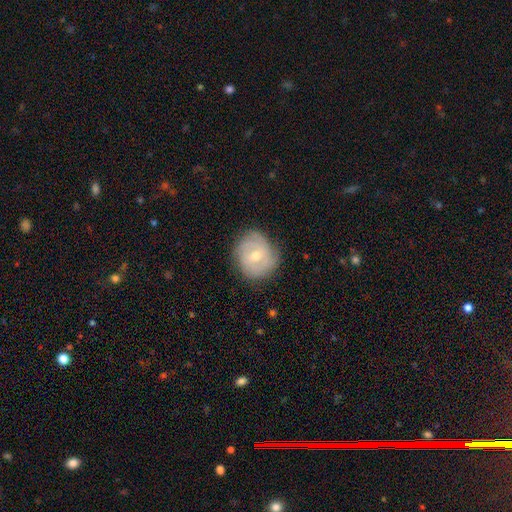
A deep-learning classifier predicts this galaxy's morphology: Smooth or featured?
  - featured or disk: 59% *
  - smooth: 34%
  - star or artifact: 7%
Edge-on disk?
  - no: 97% *
  - yes: 3%
Bar?
  - no: 63% *
  - weak: 32%
  - strong: 5%
Spiral arms?
  - yes: 81% *
  - no: 19%
Bulge size?
  - moderate: 61% *
  - small: 35%
  - large: 2%
  - none: 1%
  - dominant: 1%
Merging?
  - none: 77% *
  - minor disturbance: 17%
  - major disturbance: 5%
  - merger: 1%